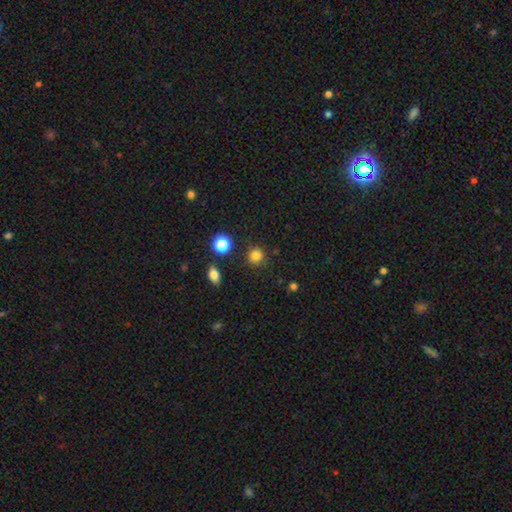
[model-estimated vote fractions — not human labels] Smooth or featured? Predicted: smooth (p=0.82). How rounded? Predicted: round (p=0.90). Merging? Predicted: none (p=0.86).